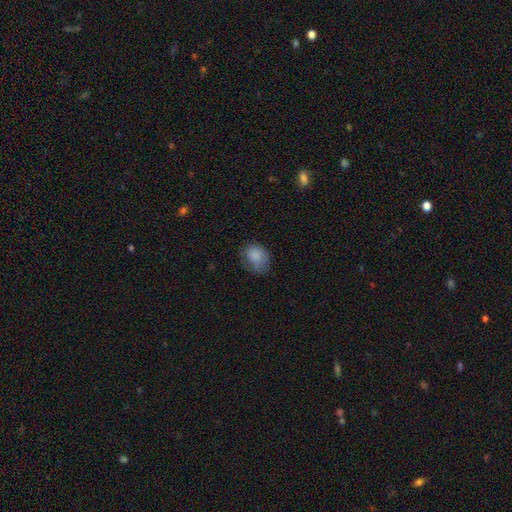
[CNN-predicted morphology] smooth 84%, star or artifact 8%, featured or disk 8%. Down the decision tree: how rounded — in between (55%); merging — none (60%).